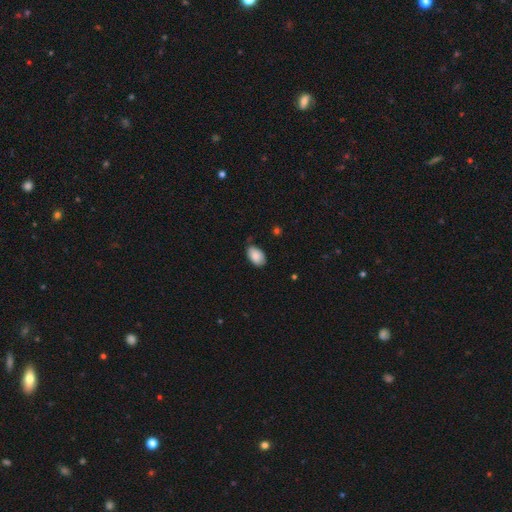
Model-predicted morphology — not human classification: Overall: smooth (87%). How rounded: in between (93%). Merging: none (70%).